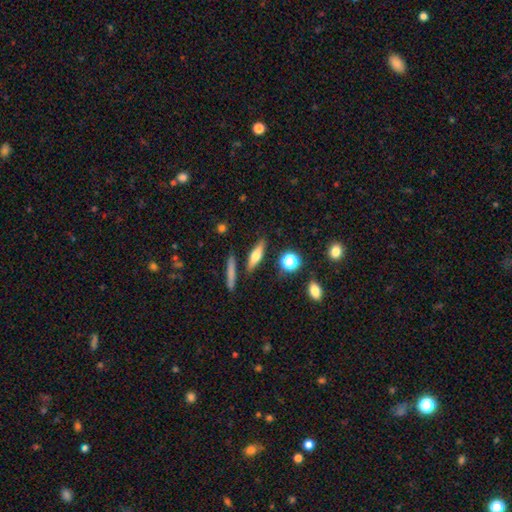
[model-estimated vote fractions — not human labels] Q: Smooth or featured?
A: smooth (52%); runner-up: featured or disk (39%)
Q: How rounded?
A: cigar-shaped (66%); runner-up: in between (28%)
Q: Merging?
A: none (83%); runner-up: minor disturbance (10%)